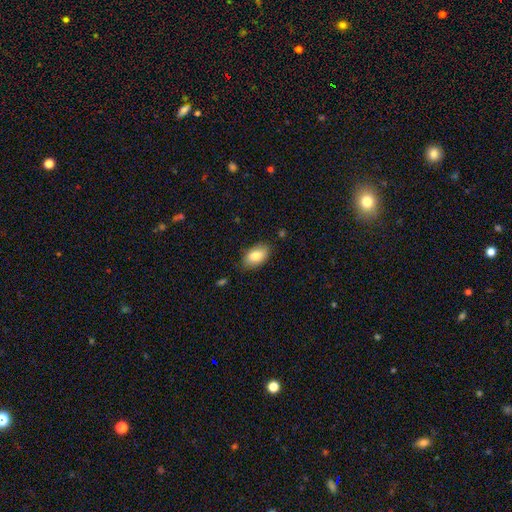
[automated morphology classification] smooth-or-featured: smooth: 83% | featured or disk: 10% | star or artifact: 7%
  how-rounded: in between: 92% | round: 6% | cigar-shaped: 2%
  merging: none: 84% | minor disturbance: 12% | major disturbance: 3% | merger: 1%